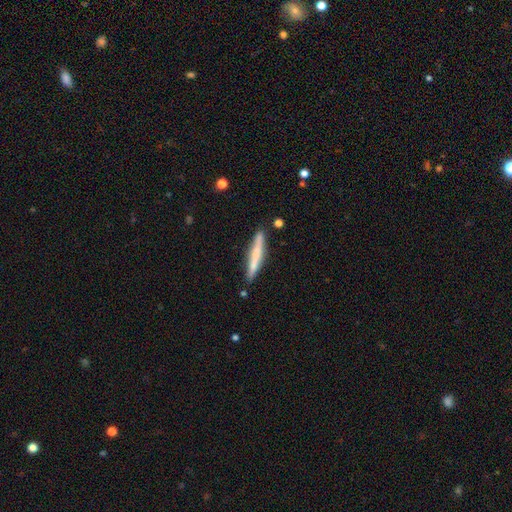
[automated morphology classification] A smooth galaxy with no disk features (61%) that is cigar-shaped (95%).

Vote fractions:
- Smooth or featured? smooth: 61% / featured or disk: 33% / star or artifact: 6%
- How rounded? cigar-shaped: 95% / in between: 4% / round: 1%
- Merging? none: 84% / minor disturbance: 11% / merger: 3% / major disturbance: 2%